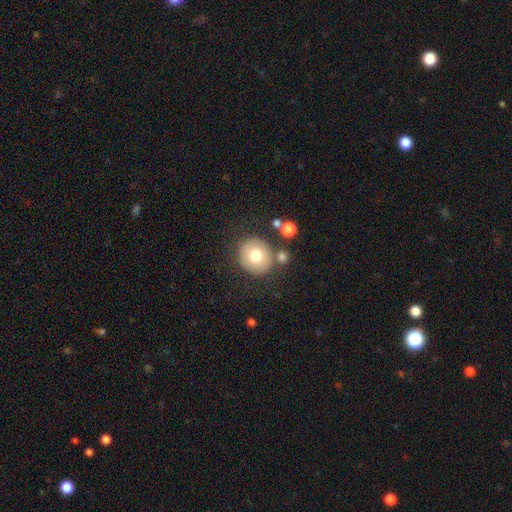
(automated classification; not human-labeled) Smooth or featured?
  - smooth: 73% *
  - featured or disk: 17%
  - star or artifact: 10%
How rounded?
  - round: 88% *
  - in between: 11%
  - cigar-shaped: 1%
Merging?
  - none: 76% *
  - minor disturbance: 11%
  - merger: 8%
  - major disturbance: 4%